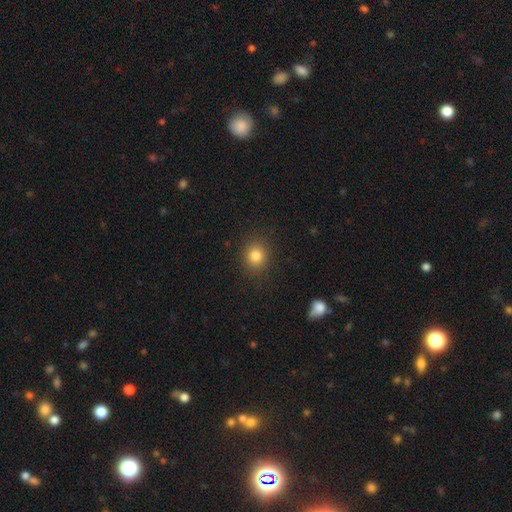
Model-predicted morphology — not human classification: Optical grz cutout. It shows a smooth galaxy with no disk features (83%) that is round (80%). Merging: none (88%).